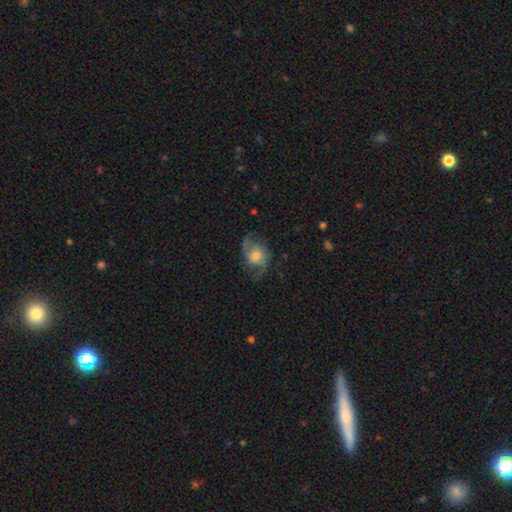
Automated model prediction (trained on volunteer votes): smooth-or-featured: featured or disk: 73% | smooth: 20% | star or artifact: 7%
  disk-edge-on: no: 97% | yes: 3%
    bar: no: 63% | weak: 30% | strong: 7%
    has-spiral-arms: yes: 91% | no: 9%
      spiral-winding: loose: 50% | medium: 40% | tight: 10%
      spiral-arm-count: 2: 88% | can't tell: 5% | 1: 4% | 3: 2% | 4: 1% | more than 4: 1%
    bulge-size: moderate: 59% | small: 26% | large: 11% | none: 2% | dominant: 2%
  merging: none: 65% | minor disturbance: 19% | major disturbance: 14% | merger: 1%